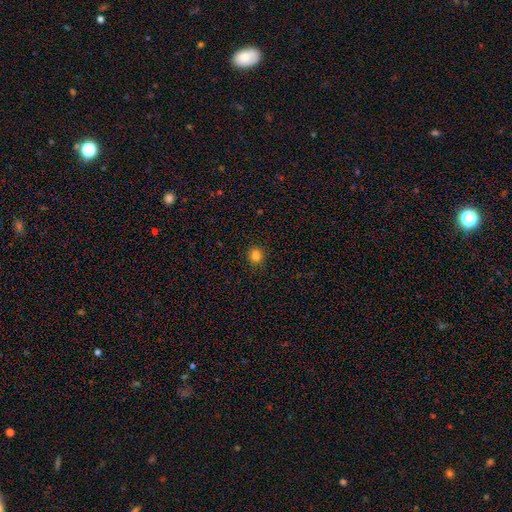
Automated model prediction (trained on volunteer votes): Smooth or featured?
  - smooth: 83% *
  - star or artifact: 13%
  - featured or disk: 4%
How rounded?
  - round: 84% *
  - in between: 15%
  - cigar-shaped: 1%
Merging?
  - none: 90% *
  - minor disturbance: 6%
  - major disturbance: 2%
  - merger: 1%